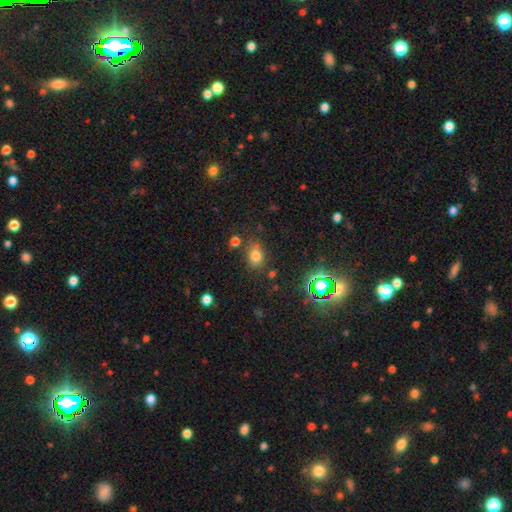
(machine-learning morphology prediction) Smooth or featured?
  - smooth: 74% *
  - star or artifact: 17%
  - featured or disk: 8%
How rounded?
  - in between: 60% *
  - round: 38%
  - cigar-shaped: 1%
Merging?
  - none: 70% *
  - minor disturbance: 17%
  - merger: 8%
  - major disturbance: 5%